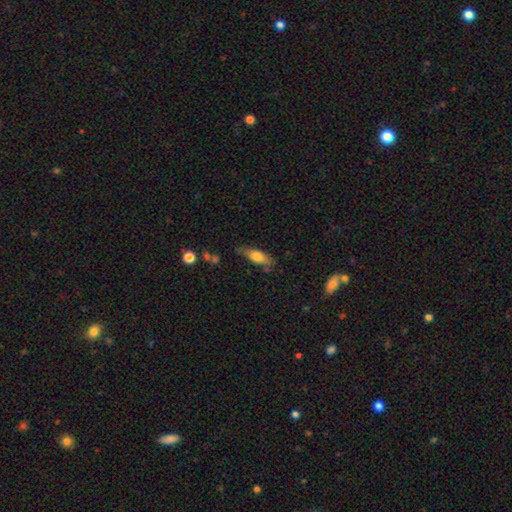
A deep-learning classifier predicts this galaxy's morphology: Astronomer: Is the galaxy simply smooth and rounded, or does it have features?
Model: smooth — 67%.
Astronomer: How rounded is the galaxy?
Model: in between — 63%.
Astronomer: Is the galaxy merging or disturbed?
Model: none — 63%.